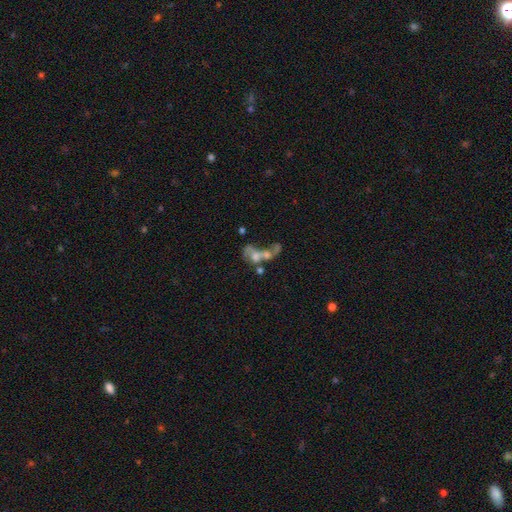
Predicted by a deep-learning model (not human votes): A featured or disk galaxy (46%).

Vote fractions:
- Smooth or featured? featured or disk: 46% / smooth: 38% / star or artifact: 16%
- Merging? merger: 60% / major disturbance: 21% / none: 12% / minor disturbance: 6%